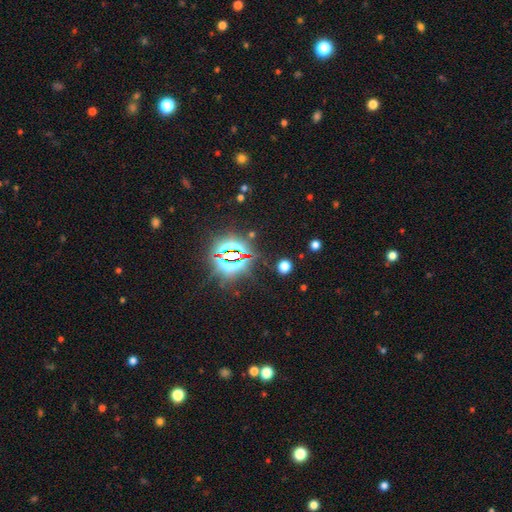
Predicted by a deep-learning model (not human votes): This is clearly a star or artifact rather than a galaxy (85%).